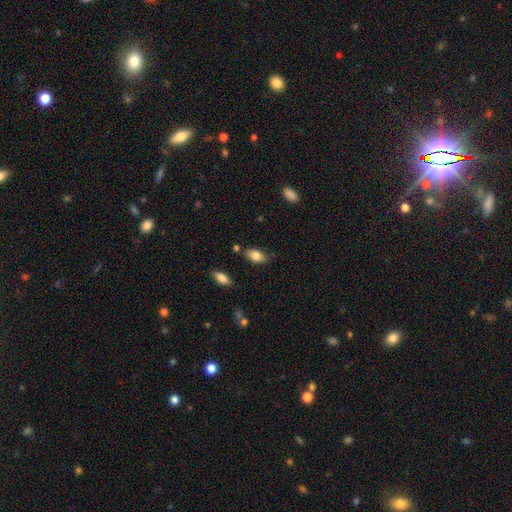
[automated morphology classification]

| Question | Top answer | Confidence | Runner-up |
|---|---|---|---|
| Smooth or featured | smooth | 83% | featured or disk (10%) |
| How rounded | in between | 89% | round (8%) |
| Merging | none | 70% | minor disturbance (20%) |